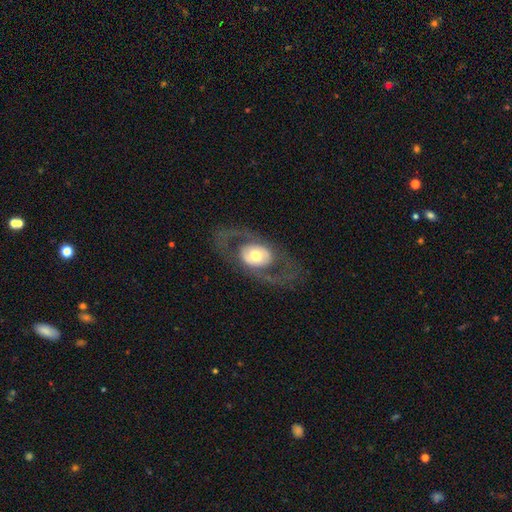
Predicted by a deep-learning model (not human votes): Smooth or featured?
  - featured or disk: 72% *
  - smooth: 23%
  - star or artifact: 5%
Edge-on disk?
  - no: 91% *
  - yes: 9%
Bar?
  - no: 70% *
  - weak: 21%
  - strong: 9%
Spiral arms?
  - yes: 51% *
  - no: 49%
Bulge size?
  - moderate: 59% *
  - large: 30%
  - small: 7%
  - dominant: 4%
  - none: 1%
Merging?
  - none: 72% *
  - major disturbance: 15%
  - minor disturbance: 12%
  - merger: 1%